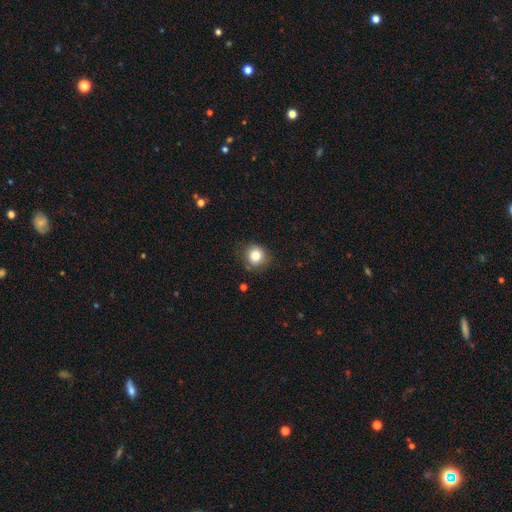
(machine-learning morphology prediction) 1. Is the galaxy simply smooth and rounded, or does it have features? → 83% smooth, 10% star or artifact, 6% featured or disk.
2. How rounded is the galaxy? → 89% round, 10% in between, 1% cigar-shaped.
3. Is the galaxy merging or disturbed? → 79% none, 15% minor disturbance, 4% major disturbance, 2% merger.